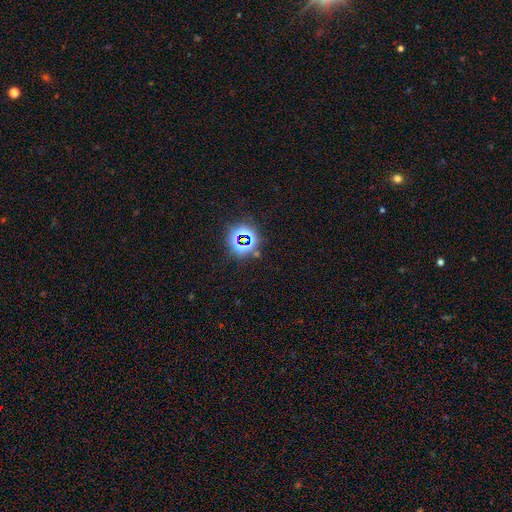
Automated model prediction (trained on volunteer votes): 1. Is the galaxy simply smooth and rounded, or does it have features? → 76% star or artifact, 16% smooth, 8% featured or disk.